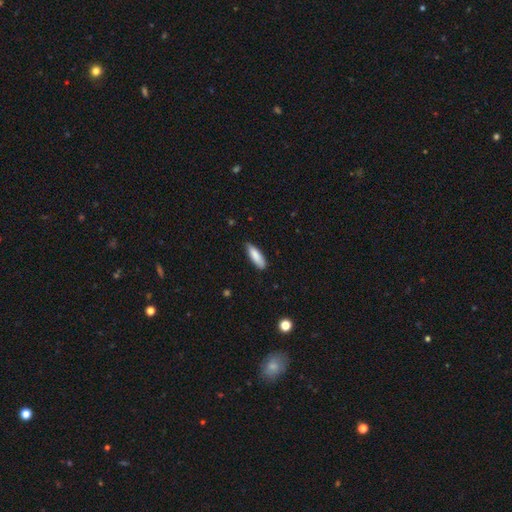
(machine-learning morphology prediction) This appears to be a smooth galaxy with no disk features (86%) that is in between round and cigar-shaped (51%). Merging: none (82%).